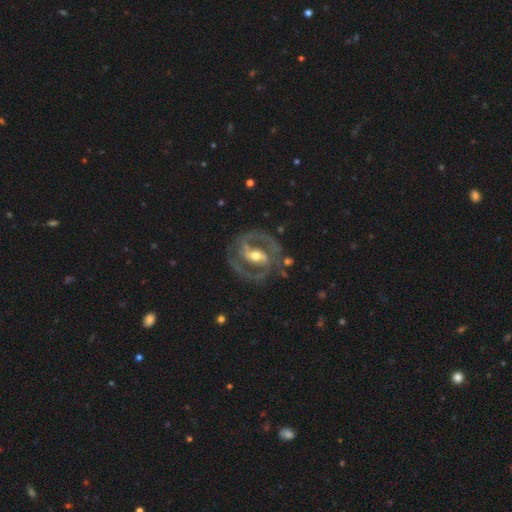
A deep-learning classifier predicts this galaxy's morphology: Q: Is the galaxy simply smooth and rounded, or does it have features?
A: featured or disk — 91%.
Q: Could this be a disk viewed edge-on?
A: no — 97%.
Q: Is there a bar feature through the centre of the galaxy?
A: strong — 49%.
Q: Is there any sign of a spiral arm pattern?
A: yes — 95%.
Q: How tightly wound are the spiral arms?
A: medium — 56%.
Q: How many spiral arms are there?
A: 2 — 90%.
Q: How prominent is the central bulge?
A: moderate — 71%.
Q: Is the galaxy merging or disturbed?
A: none — 77%.